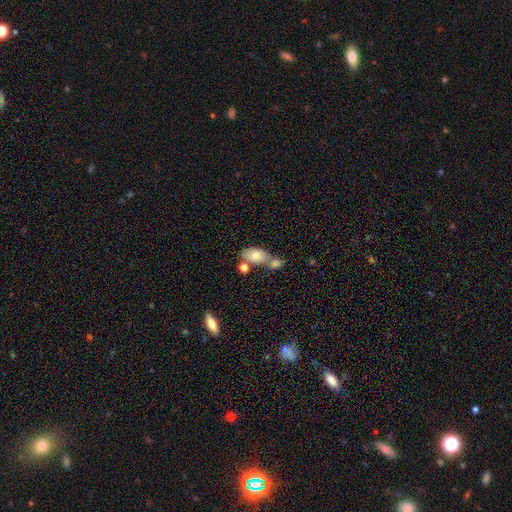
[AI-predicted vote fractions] Smooth or featured? smooth (77%)
How rounded? in between (87%)
Merging? merger (45%)